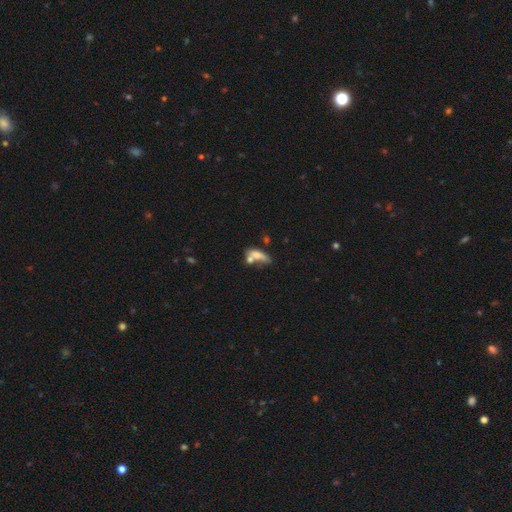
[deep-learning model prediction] Morphology: type=smooth (61%); roundness=in between (62%); merging=merger (43%).